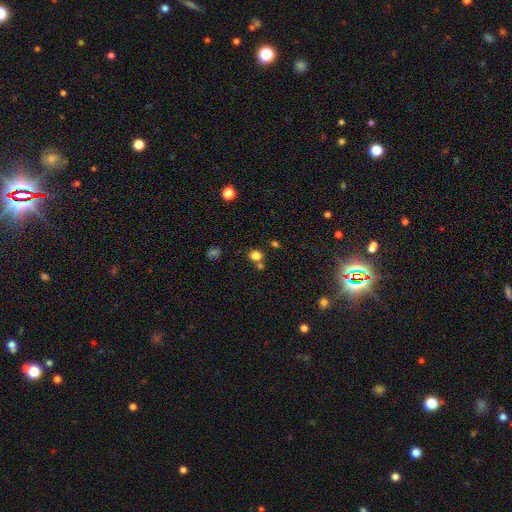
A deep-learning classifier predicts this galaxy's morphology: Smooth or featured?
  - smooth: 78% *
  - star or artifact: 15%
  - featured or disk: 6%
How rounded?
  - round: 77% *
  - in between: 22%
  - cigar-shaped: 1%
Merging?
  - none: 64% *
  - merger: 22%
  - minor disturbance: 11%
  - major disturbance: 4%